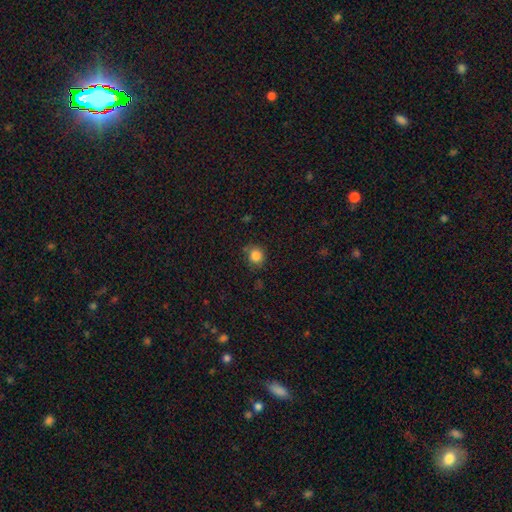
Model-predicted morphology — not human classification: smooth 85%, star or artifact 11%, featured or disk 5%. Down the decision tree: how rounded — round (85%); merging — none (77%).